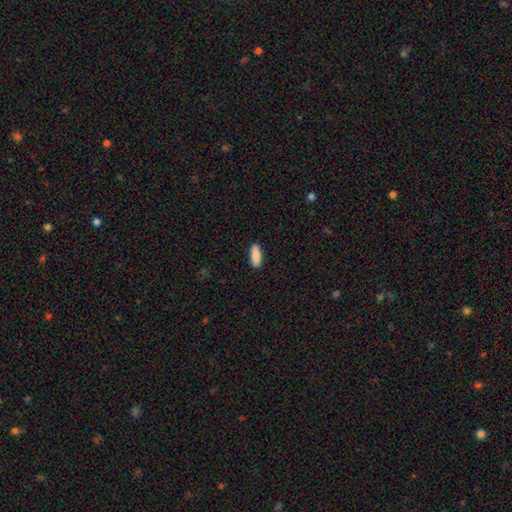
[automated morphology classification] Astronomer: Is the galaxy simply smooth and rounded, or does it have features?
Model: smooth — 89%.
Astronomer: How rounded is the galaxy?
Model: in between — 64%.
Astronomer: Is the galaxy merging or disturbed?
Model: none — 89%.